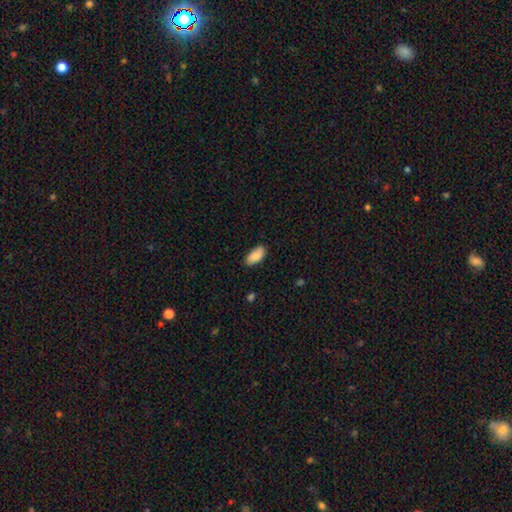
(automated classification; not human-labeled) Q: Smooth or featured?
A: smooth (88%); runner-up: star or artifact (6%)
Q: How rounded?
A: in between (92%); runner-up: cigar-shaped (6%)
Q: Merging?
A: none (85%); runner-up: minor disturbance (12%)